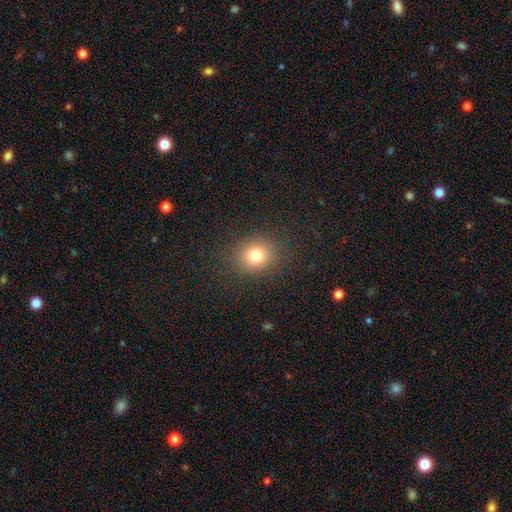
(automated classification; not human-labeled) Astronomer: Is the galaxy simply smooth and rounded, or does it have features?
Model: smooth — 78%.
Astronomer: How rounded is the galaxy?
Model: round — 73%.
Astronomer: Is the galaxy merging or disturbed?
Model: none — 88%.